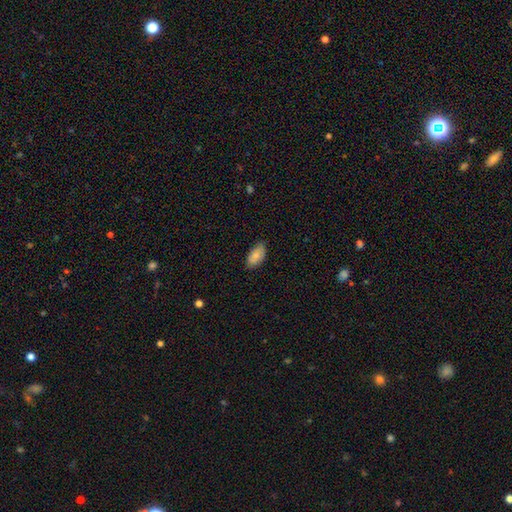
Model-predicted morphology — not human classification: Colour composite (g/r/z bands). It shows a smooth galaxy with no disk features (83%) that is in between round and cigar-shaped (94%). Merging: none (78%).